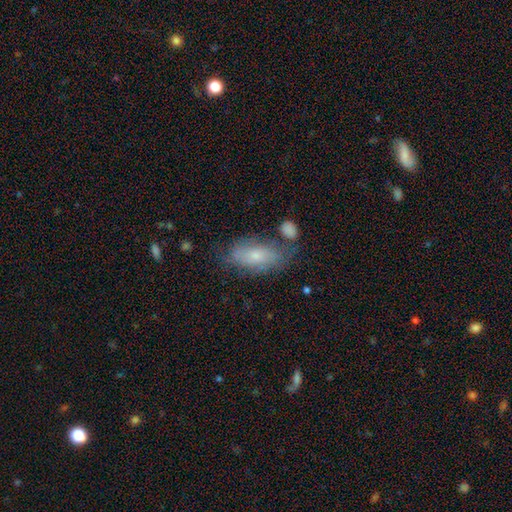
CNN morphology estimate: smooth-or-featured: smooth: 64% | featured or disk: 29% | star or artifact: 7%
  how-rounded: in between: 88% | cigar-shaped: 8% | round: 4%
  merging: none: 52% | minor disturbance: 26% | merger: 12% | major disturbance: 11%